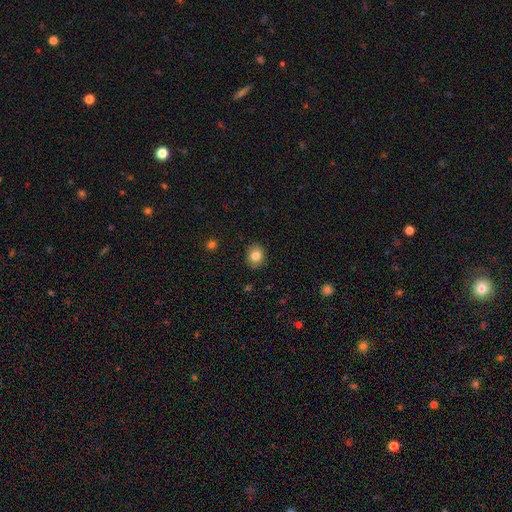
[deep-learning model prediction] smooth_or_featured: smooth (p=0.82) [alt: star or artifact p=0.10]
how_rounded: round (p=0.64) [alt: in between p=0.35]
merging: none (p=0.89) [alt: minor disturbance p=0.08]